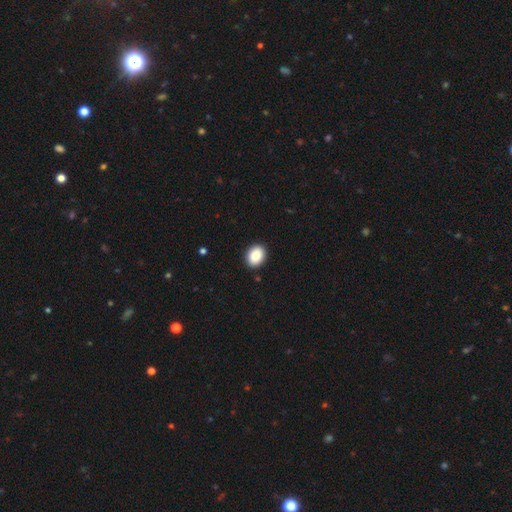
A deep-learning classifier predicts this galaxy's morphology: Smooth or featured? Predicted: smooth (p=0.88). How rounded? Predicted: in between (p=0.66). Merging? Predicted: none (p=0.91).